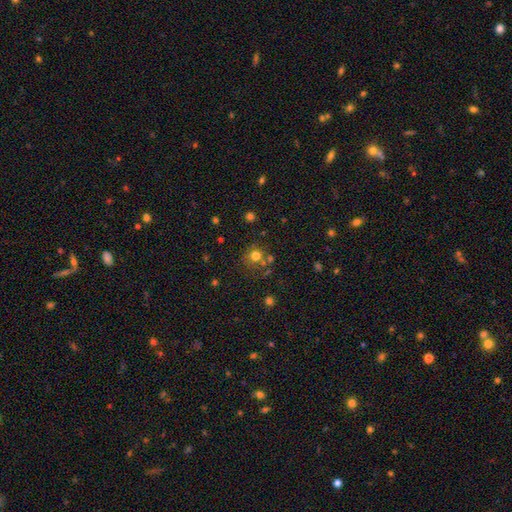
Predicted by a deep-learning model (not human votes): This is likely a smooth galaxy (73%). How rounded: clearly round (89%). Merging: likely none (68%).